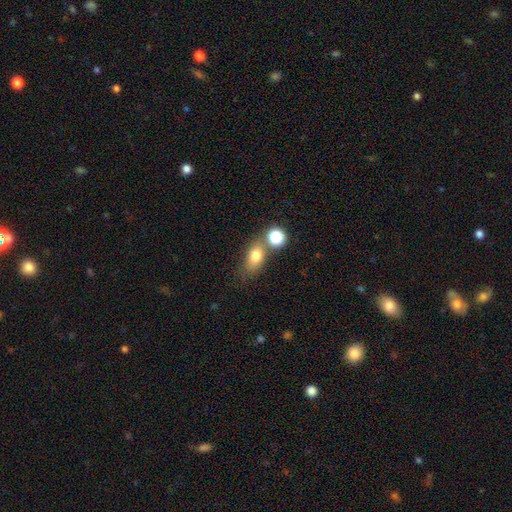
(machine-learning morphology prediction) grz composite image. It shows a smooth galaxy with no disk features (76%) that is in between round and cigar-shaped (69%). Merging: none (55%).